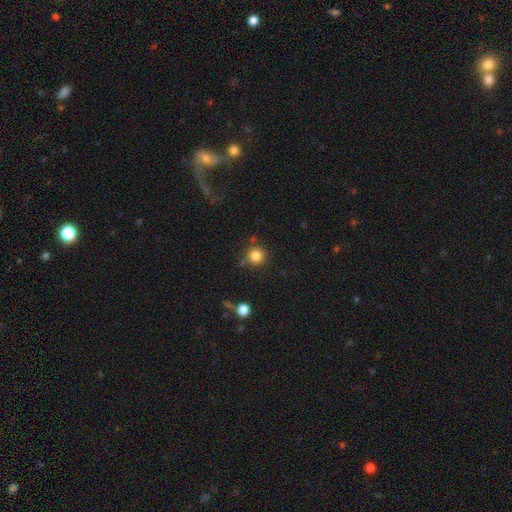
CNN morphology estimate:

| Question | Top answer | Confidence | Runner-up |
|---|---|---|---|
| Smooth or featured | smooth | 84% | star or artifact (11%) |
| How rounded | round | 94% | in between (5%) |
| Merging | none | 81% | minor disturbance (9%) |